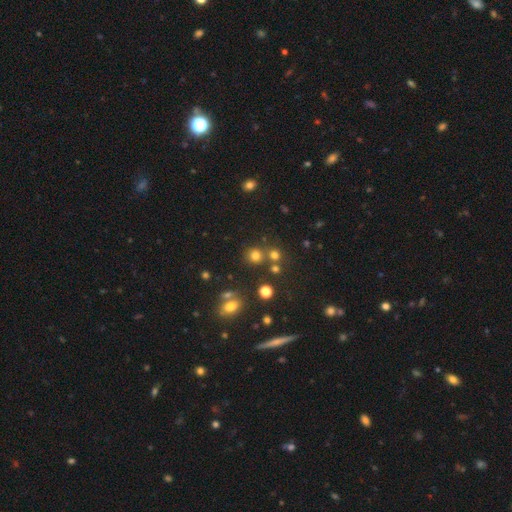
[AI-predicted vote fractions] A smooth galaxy with no disk features (72%) that is round (87%).

Vote fractions:
- Smooth or featured? smooth: 72% / star or artifact: 20% / featured or disk: 8%
- How rounded? round: 87% / in between: 12% / cigar-shaped: 1%
- Merging? none: 72% / merger: 16% / minor disturbance: 8% / major disturbance: 3%